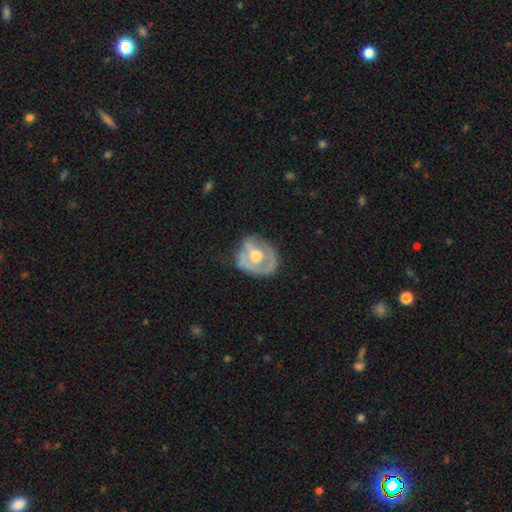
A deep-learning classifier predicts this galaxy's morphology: Overall: featured or disk (62%; smooth 33%). Edge-on disk: no (96%). Bar: no (78%). Spiral arms: no (64%; yes 36%). Bulge size: moderate (70%). Merging: none (49%; minor disturbance 29%).